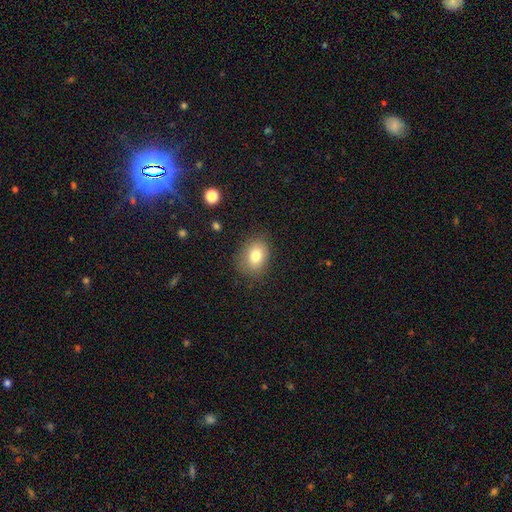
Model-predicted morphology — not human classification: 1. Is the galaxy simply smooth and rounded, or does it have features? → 79% smooth, 11% featured or disk, 10% star or artifact.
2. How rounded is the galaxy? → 61% in between, 38% round, 1% cigar-shaped.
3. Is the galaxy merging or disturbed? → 81% none, 14% minor disturbance, 4% major disturbance, 1% merger.